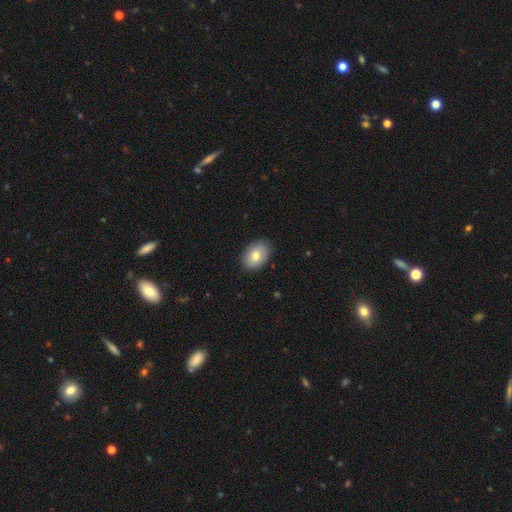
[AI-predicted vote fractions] Smooth or featured: smooth — 77% (featured or disk — 16%)
How rounded: in between — 83% (round — 16%)
Merging: none — 86% (minor disturbance — 11%)